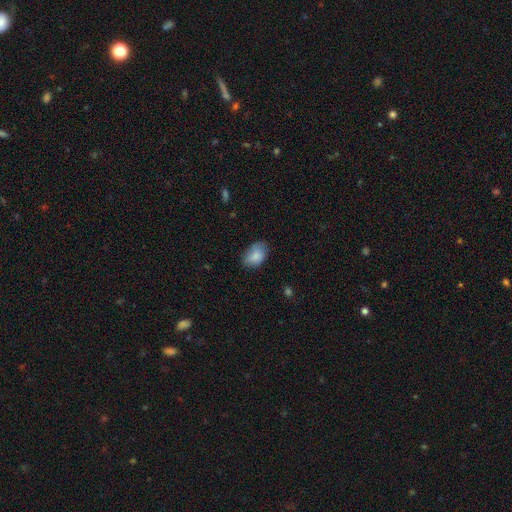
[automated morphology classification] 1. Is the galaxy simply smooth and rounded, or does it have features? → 84% smooth, 8% featured or disk, 8% star or artifact.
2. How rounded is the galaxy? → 85% in between, 14% round, 1% cigar-shaped.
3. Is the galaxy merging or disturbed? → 66% none, 26% minor disturbance, 6% major disturbance, 2% merger.